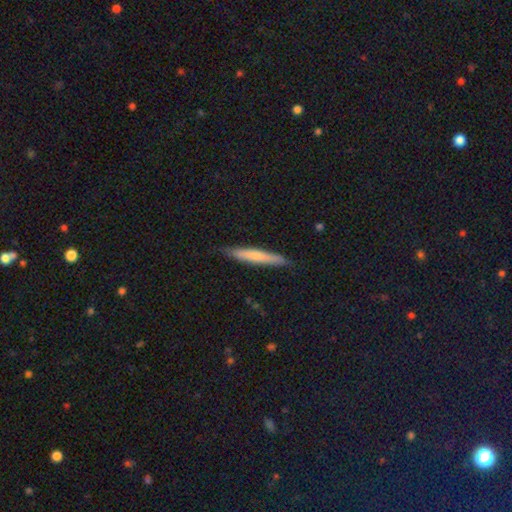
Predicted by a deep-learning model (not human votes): Smooth or featured?
  - smooth: 65% *
  - featured or disk: 29%
  - star or artifact: 6%
How rounded?
  - cigar-shaped: 94% *
  - in between: 4%
  - round: 1%
Merging?
  - none: 85% *
  - minor disturbance: 12%
  - major disturbance: 2%
  - merger: 1%